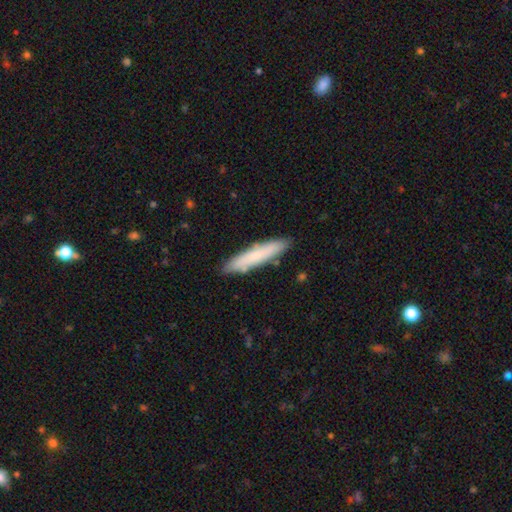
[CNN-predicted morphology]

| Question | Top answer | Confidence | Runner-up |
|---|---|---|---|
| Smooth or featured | smooth | 71% | featured or disk (23%) |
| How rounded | cigar-shaped | 89% | in between (10%) |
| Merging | none | 87% | minor disturbance (10%) |